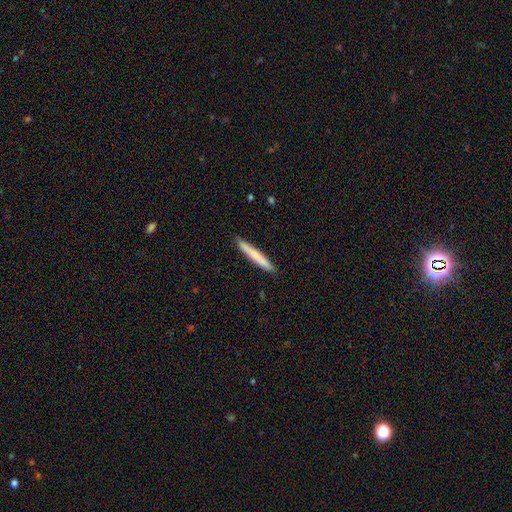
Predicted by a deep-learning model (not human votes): Smooth or featured?
  - smooth: 74% *
  - featured or disk: 21%
  - star or artifact: 6%
How rounded?
  - cigar-shaped: 96% *
  - in between: 3%
  - round: 1%
Merging?
  - none: 91% *
  - minor disturbance: 7%
  - major disturbance: 1%
  - merger: 1%